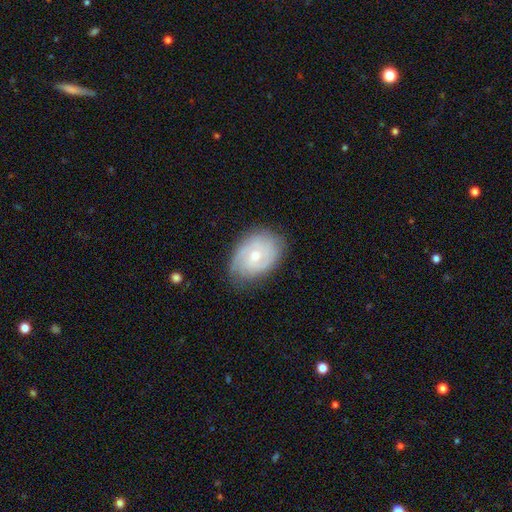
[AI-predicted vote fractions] smooth_or_featured: featured or disk (p=0.59) [alt: smooth p=0.35]
disk_edge_on: no (p=0.95) [alt: yes p=0.05]
bar: no (p=0.66) [alt: weak p=0.30]
has_spiral_arms: yes (p=0.78) [alt: no p=0.22]
bulge_size: moderate (p=0.50) [alt: small p=0.46]
merging: none (p=0.72) [alt: minor disturbance p=0.22]